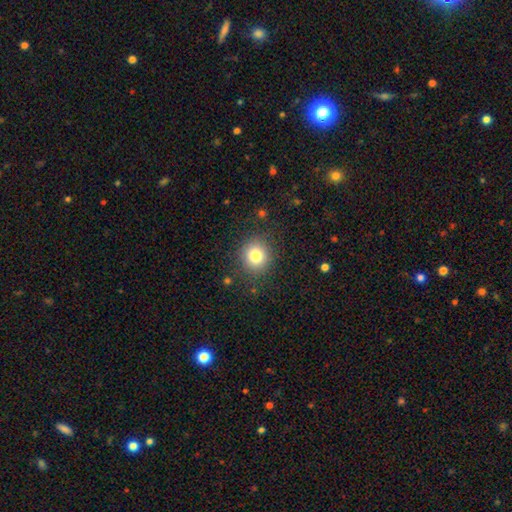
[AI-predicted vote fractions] Q: Smooth or featured?
A: smooth (79%); runner-up: star or artifact (12%)
Q: How rounded?
A: round (87%); runner-up: in between (12%)
Q: Merging?
A: none (87%); runner-up: minor disturbance (8%)